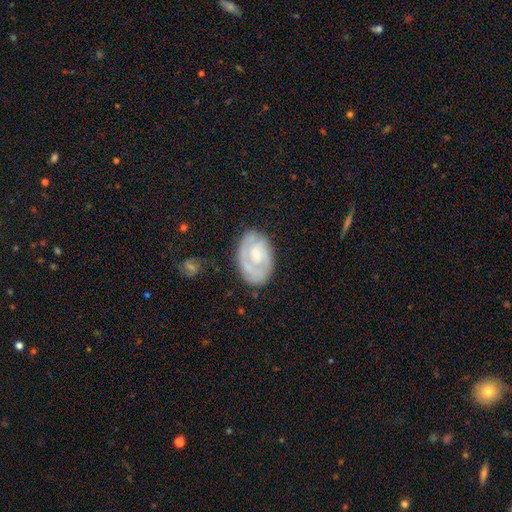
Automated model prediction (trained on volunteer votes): Overall: featured or disk (70%). Edge-on disk: no (97%). Bar: no (66%; weak 29%). Spiral arms: yes (85%). Spiral arm count: 2 (37%; 1 29%). Spiral winding: tight (64%; medium 27%). Bulge size: small (38%; moderate 33%). Merging: none (73%).